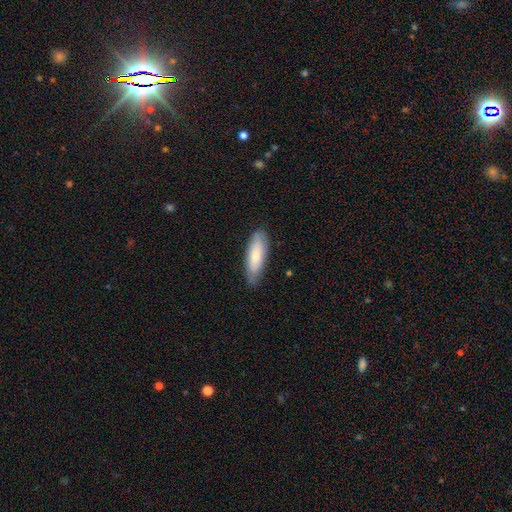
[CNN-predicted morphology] type=smooth (72%); roundness=in between (63%); merging=none (80%).